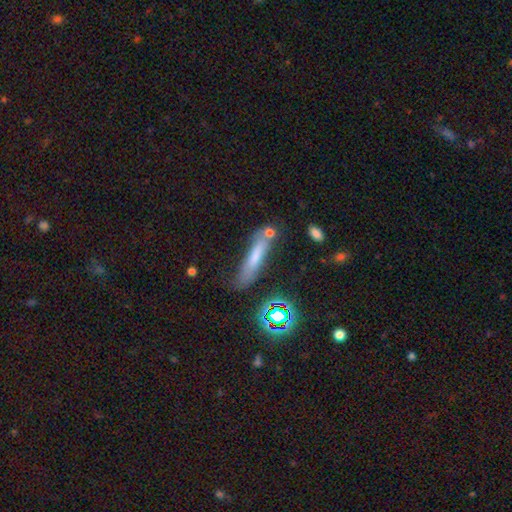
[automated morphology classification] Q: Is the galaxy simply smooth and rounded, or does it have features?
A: smooth — 59%.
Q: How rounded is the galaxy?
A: cigar-shaped — 81%.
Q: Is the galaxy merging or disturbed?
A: none — 57%.